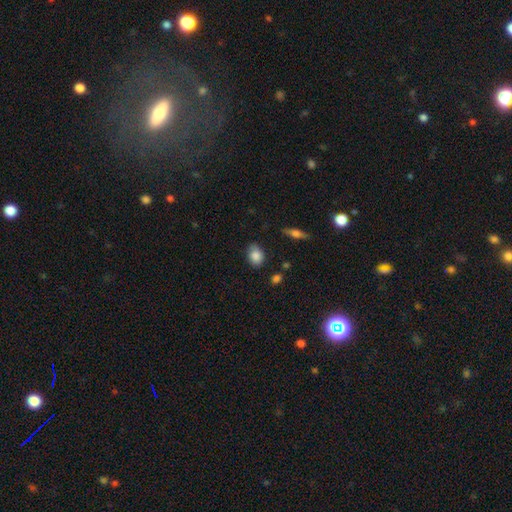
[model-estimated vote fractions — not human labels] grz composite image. It shows a smooth galaxy with no disk features (84%) that is in between round and cigar-shaped (67%). Merging: none (75%).